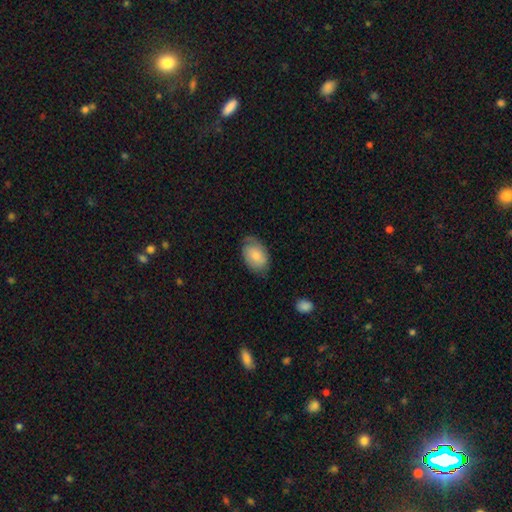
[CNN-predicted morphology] Q: Smooth or featured?
A: smooth (75%); runner-up: featured or disk (19%)
Q: How rounded?
A: in between (89%); runner-up: round (10%)
Q: Merging?
A: none (69%); runner-up: minor disturbance (24%)